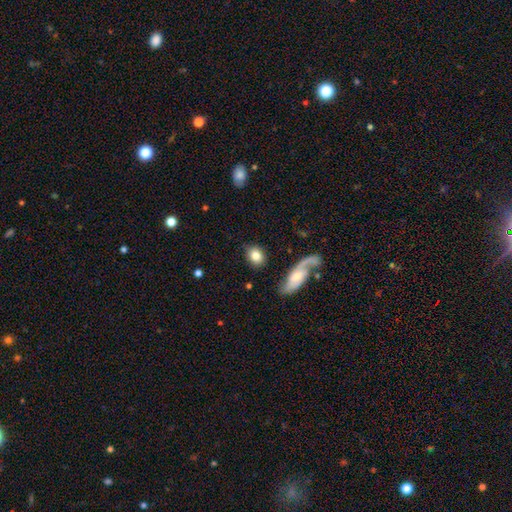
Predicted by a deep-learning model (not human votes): A smooth galaxy with no disk features (78%) that is round (56%).

Vote fractions:
- Smooth or featured? smooth: 78% / featured or disk: 15% / star or artifact: 7%
- How rounded? round: 56% / in between: 42% / cigar-shaped: 3%
- Merging? none: 80% / minor disturbance: 11% / major disturbance: 5% / merger: 4%